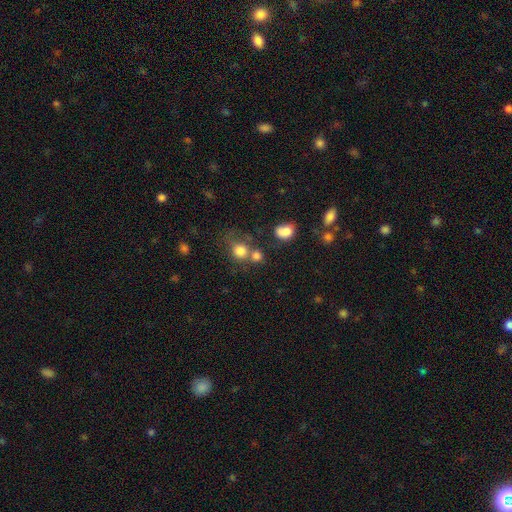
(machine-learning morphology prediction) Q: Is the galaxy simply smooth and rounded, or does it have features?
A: smooth — 78%.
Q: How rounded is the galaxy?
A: round — 81%.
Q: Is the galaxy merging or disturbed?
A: none — 51%.